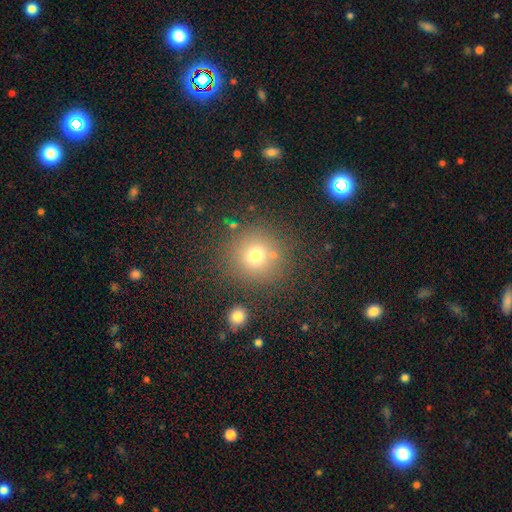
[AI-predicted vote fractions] A smooth galaxy with no disk features (71%) that is round (92%). Merging: none (80%).